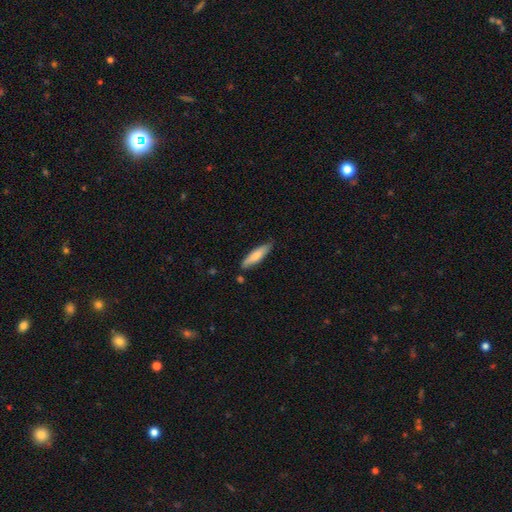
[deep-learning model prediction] smooth 74%, featured or disk 20%, star or artifact 6%. Down the decision tree: how rounded — cigar-shaped (72%); merging — none (78%).